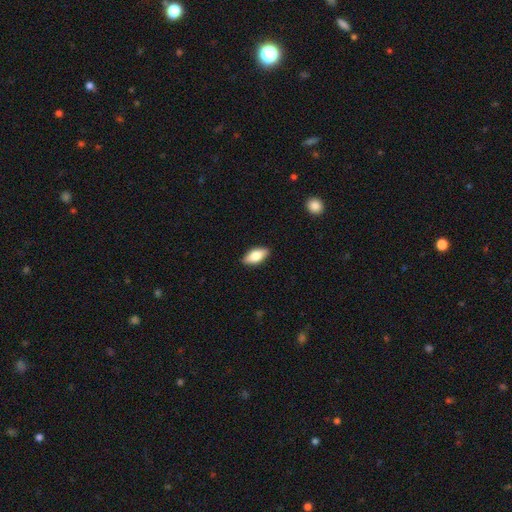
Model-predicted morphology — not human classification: Overall: smooth (77%). How rounded: in between (87%). Merging: none (88%).